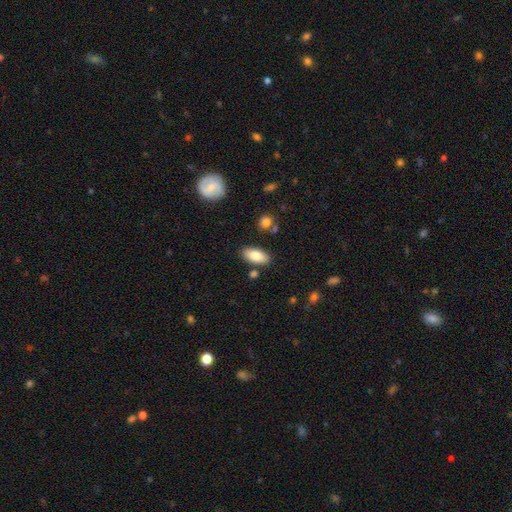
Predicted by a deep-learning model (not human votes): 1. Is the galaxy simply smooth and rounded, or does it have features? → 81% smooth, 12% featured or disk, 7% star or artifact.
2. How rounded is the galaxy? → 89% in between, 9% cigar-shaped, 3% round.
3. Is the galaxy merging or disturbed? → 82% none, 11% minor disturbance, 5% merger, 2% major disturbance.